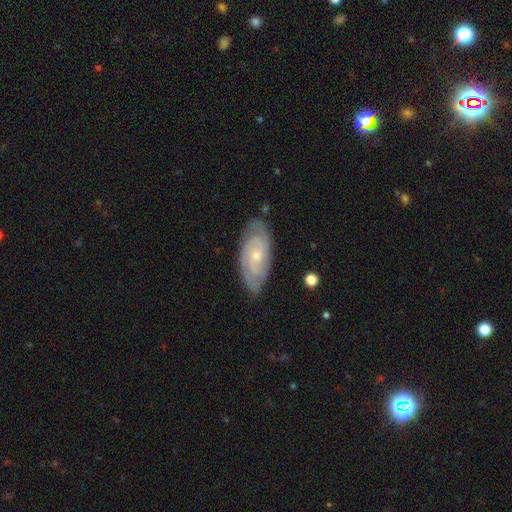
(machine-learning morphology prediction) smooth_or_featured: featured or disk (p=0.83) [alt: smooth p=0.12]
disk_edge_on: no (p=0.94) [alt: yes p=0.06]
bar: no (p=0.71) [alt: weak p=0.25]
has_spiral_arms: yes (p=0.96) [alt: no p=0.04]
spiral_winding: tight (p=0.71) [alt: medium p=0.25]
spiral_arm_count: 2 (p=0.51) [alt: can't tell p=0.21]
bulge_size: small (p=0.66) [alt: moderate p=0.29]
merging: none (p=0.80) [alt: minor disturbance p=0.16]